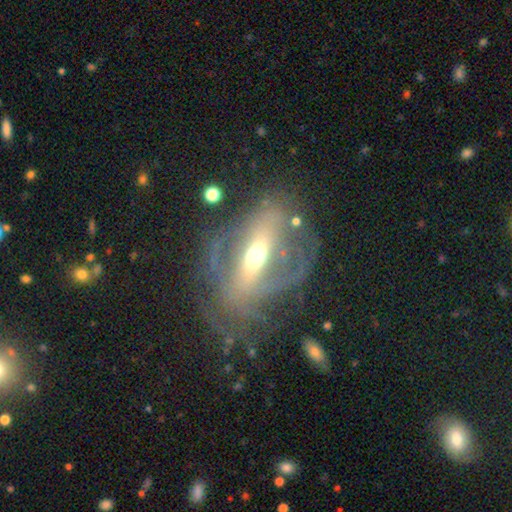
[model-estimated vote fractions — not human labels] Smooth or featured? Predicted: featured or disk (p=0.80). Edge-on disk? Predicted: no (p=0.85). Bar? Predicted: strong (p=0.51). Spiral arms? Predicted: yes (p=0.67). Bulge size? Predicted: moderate (p=0.64). Merging? Predicted: none (p=0.54).